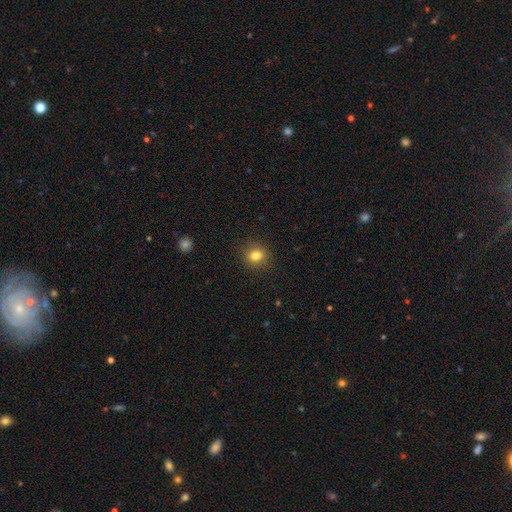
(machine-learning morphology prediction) This is clearly a smooth galaxy (82%). How rounded: likely round (70%). Merging: clearly none (87%).